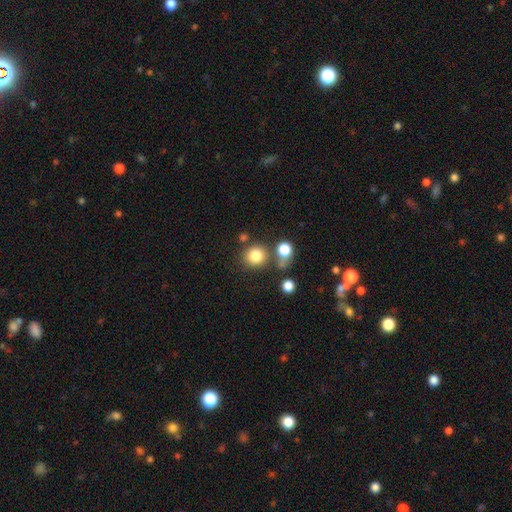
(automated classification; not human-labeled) The model was most divided on "merging": none: 70%, merger: 15%, minor disturbance: 10%, major disturbance: 5%. More confident: how rounded — round (88%); smooth or featured — smooth (82%).